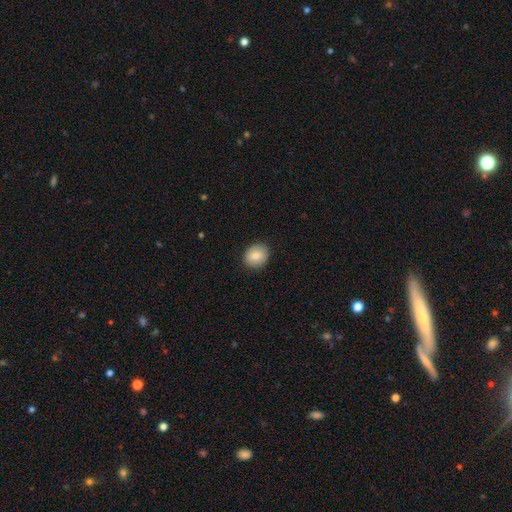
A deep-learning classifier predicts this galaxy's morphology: Smooth or featured: smooth — 82% (featured or disk — 10%)
How rounded: round — 67% (in between — 32%)
Merging: none — 89% (minor disturbance — 8%)